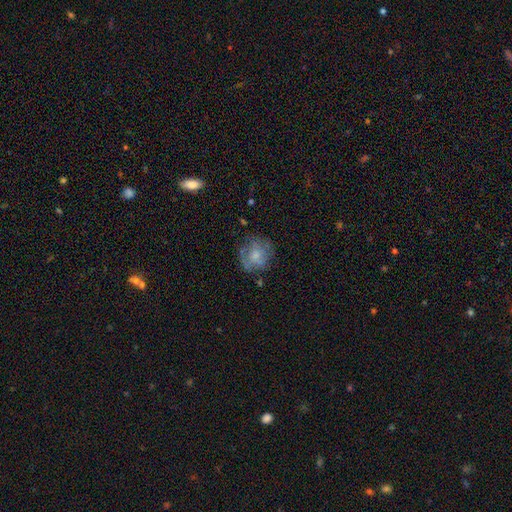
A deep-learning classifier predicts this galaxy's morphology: type=smooth (52%); roundness=round (78%); merging=none (64%).